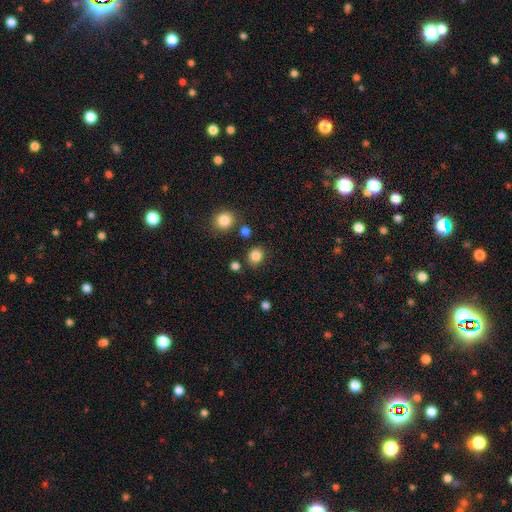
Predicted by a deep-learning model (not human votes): Overall: smooth (84%). How rounded: round (74%). Merging: none (83%).